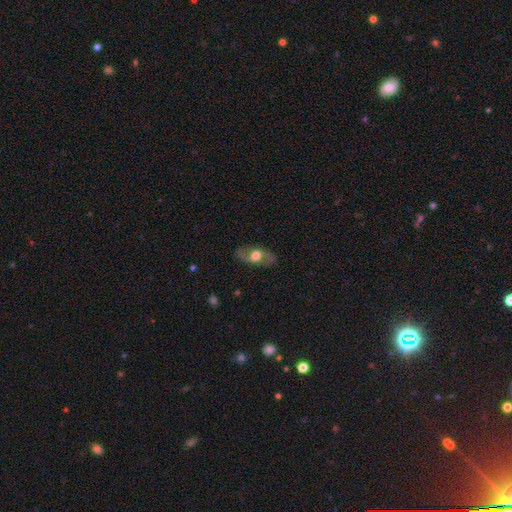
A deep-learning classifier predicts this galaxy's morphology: type=featured or disk (67%); edge-on=no (85%); bar=no (61%); spiral arms=yes (74%); bulge=moderate (56%); merging=none (80%).